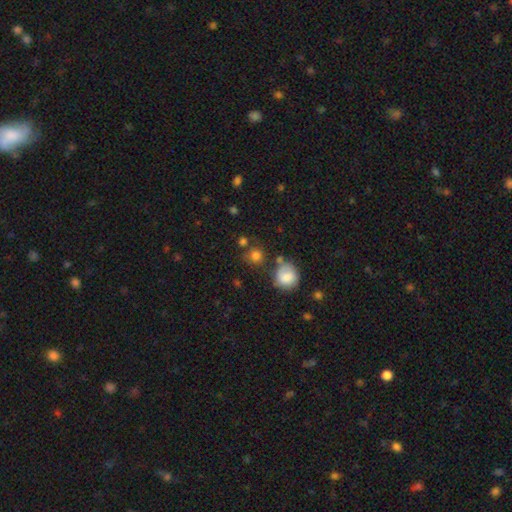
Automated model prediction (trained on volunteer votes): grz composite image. It shows a smooth galaxy with no disk features (80%) that is round (88%). Merging: none (69%).